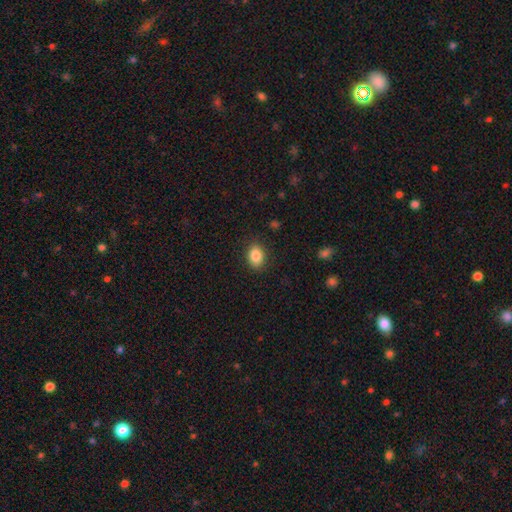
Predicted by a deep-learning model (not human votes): Overall: smooth (86%). How rounded: in between (71%). Merging: none (87%).